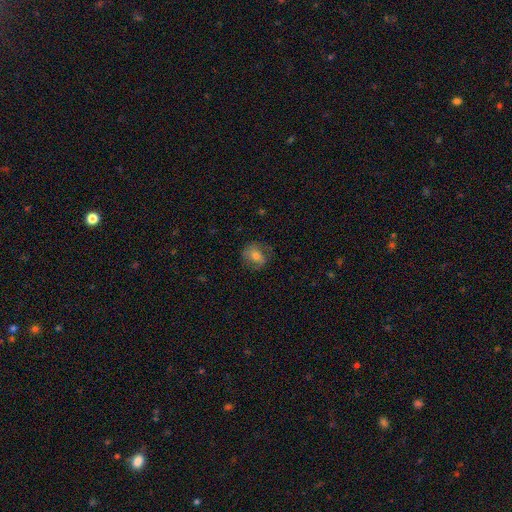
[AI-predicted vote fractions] Smooth or featured: smooth — 61% (featured or disk — 29%)
How rounded: round — 64% (in between — 35%)
Merging: none — 73% (minor disturbance — 18%)